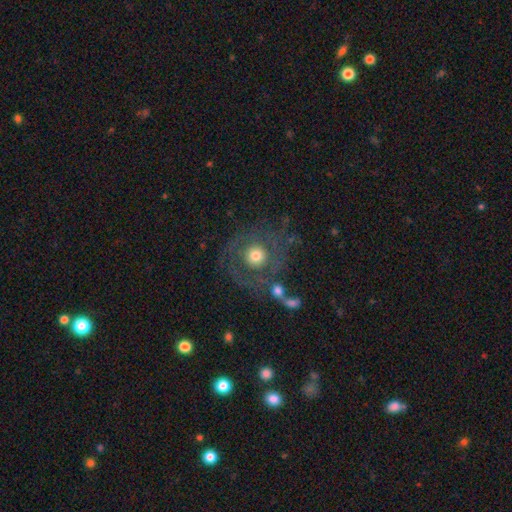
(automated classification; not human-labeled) Morphology: type=featured or disk (46%); merging=none (58%).